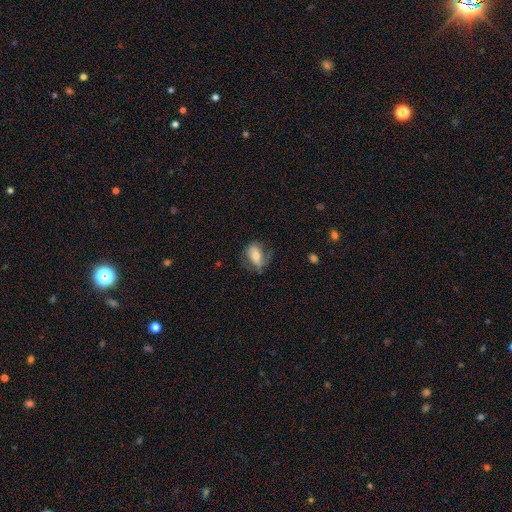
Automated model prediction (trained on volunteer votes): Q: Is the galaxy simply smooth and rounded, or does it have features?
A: featured or disk — 49%.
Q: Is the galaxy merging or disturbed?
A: none — 57%.